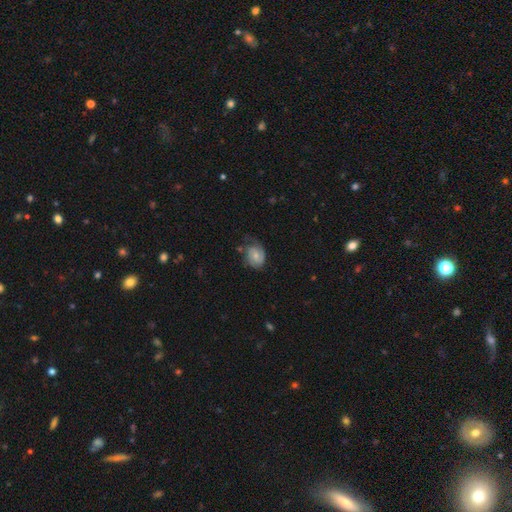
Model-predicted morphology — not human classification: This appears to be a featured or disk galaxy (56%) with no bar (60%), spiral arms (87%) and a small central bulge (50%). Merging: none (53%).